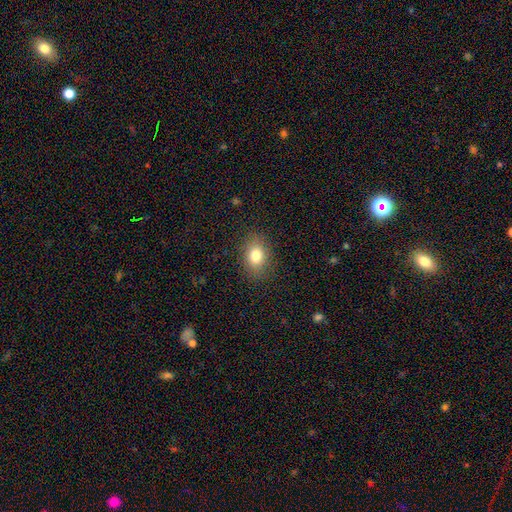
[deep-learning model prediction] This is likely a smooth galaxy (79%). How rounded: likely in between (73%). Merging: clearly none (86%).